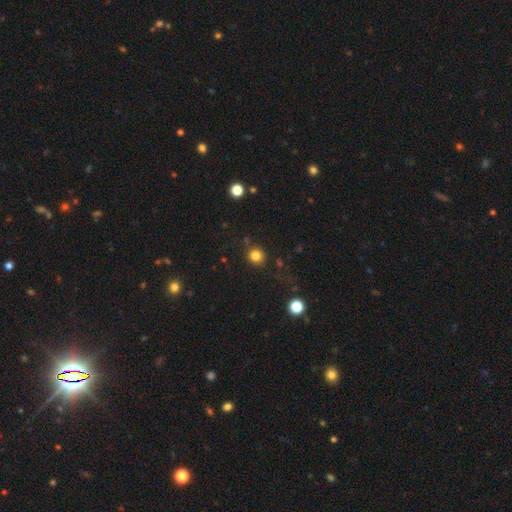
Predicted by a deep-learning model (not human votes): Smooth or featured? smooth (81%)
How rounded? round (91%)
Merging? none (86%)